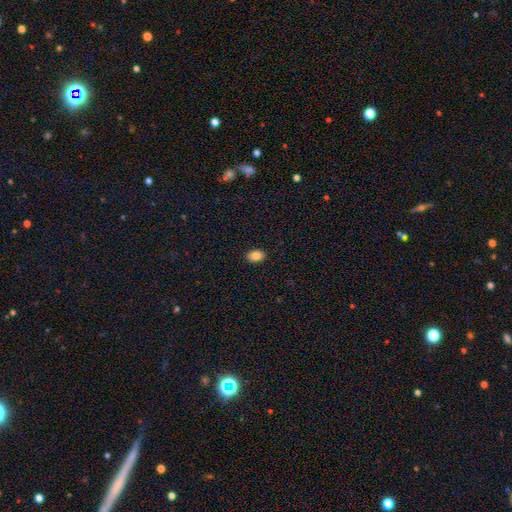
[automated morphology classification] Q: Smooth or featured?
A: smooth (85%); runner-up: star or artifact (9%)
Q: How rounded?
A: in between (82%); runner-up: round (16%)
Q: Merging?
A: none (90%); runner-up: minor disturbance (7%)